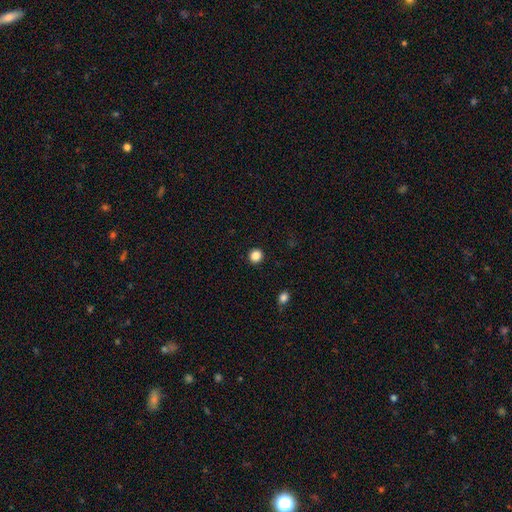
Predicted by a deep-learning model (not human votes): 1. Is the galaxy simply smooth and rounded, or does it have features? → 86% smooth, 11% star or artifact, 3% featured or disk.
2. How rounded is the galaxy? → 91% round, 8% in between, 1% cigar-shaped.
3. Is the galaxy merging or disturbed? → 93% none, 4% minor disturbance, 2% major disturbance, 1% merger.